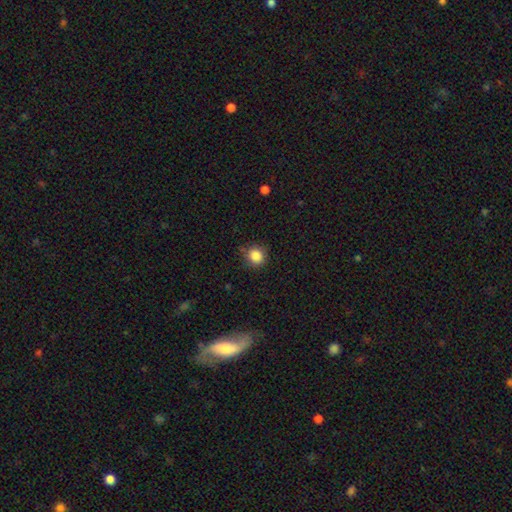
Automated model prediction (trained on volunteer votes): Morphology: type=smooth (86%); roundness=round (87%); merging=none (79%).